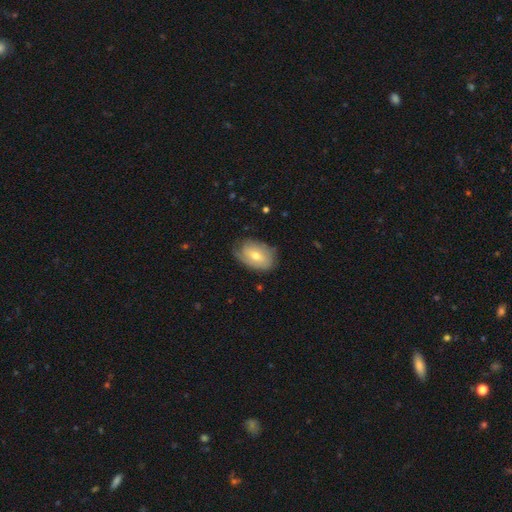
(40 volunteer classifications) Overall: featured or disk (75%). Edge-on disk: no (97%). Bar: no (48%; weak 45%). Spiral arms: yes (90%). Spiral arm count: 2 (38%; 1 31%). Spiral winding: tight (42%; medium 38%). Bulge size: moderate (69%; small 31%). Merging: none (82%).